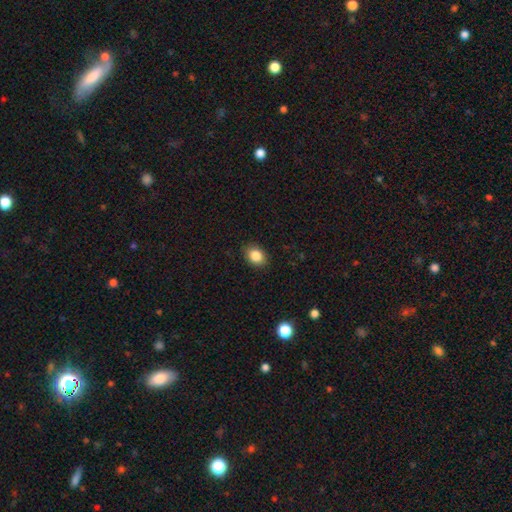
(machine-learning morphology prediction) This is clearly a smooth galaxy (86%). How rounded: likely in between (64%). Merging: clearly none (88%).